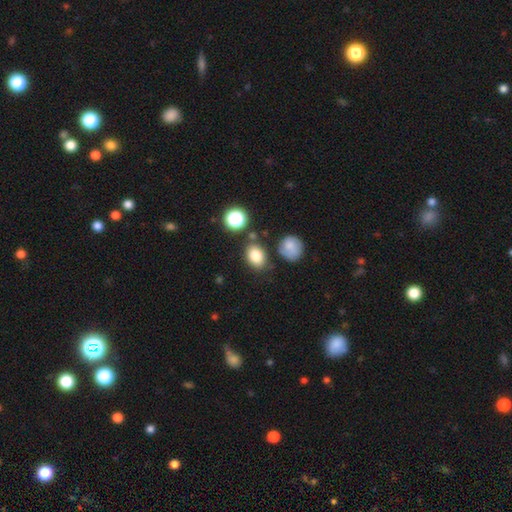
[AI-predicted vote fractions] A smooth galaxy with no disk features (80%) that is in between round and cigar-shaped (69%).

Vote fractions:
- Smooth or featured? smooth: 80% / star or artifact: 11% / featured or disk: 8%
- How rounded? in between: 69% / round: 30% / cigar-shaped: 1%
- Merging? none: 74% / minor disturbance: 14% / merger: 8% / major disturbance: 4%